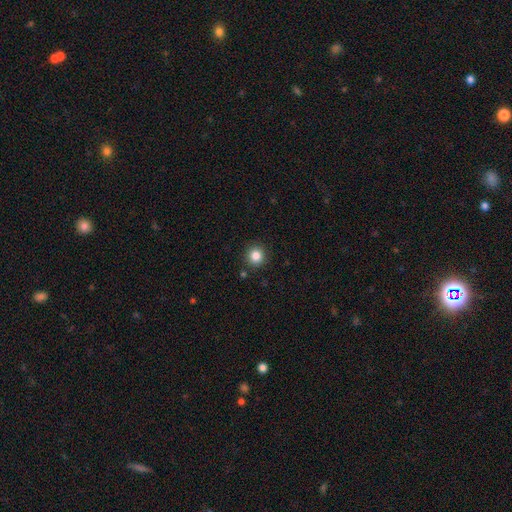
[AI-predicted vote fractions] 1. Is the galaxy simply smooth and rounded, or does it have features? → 84% smooth, 11% star or artifact, 5% featured or disk.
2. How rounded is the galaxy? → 93% round, 6% in between, 1% cigar-shaped.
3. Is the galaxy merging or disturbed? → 90% none, 6% minor disturbance, 2% major disturbance, 2% merger.